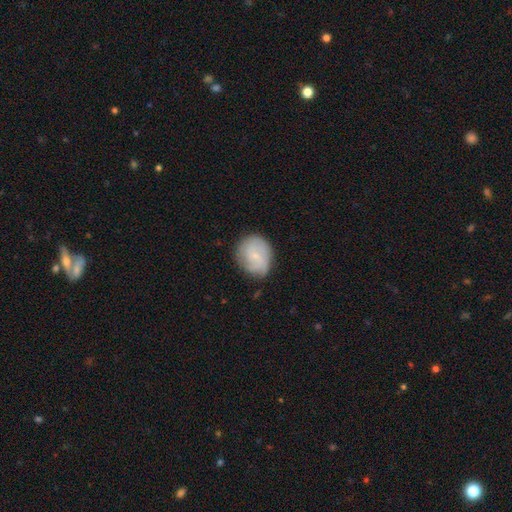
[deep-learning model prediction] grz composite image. It shows a smooth galaxy with no disk features (48%). Merging: none (71%).